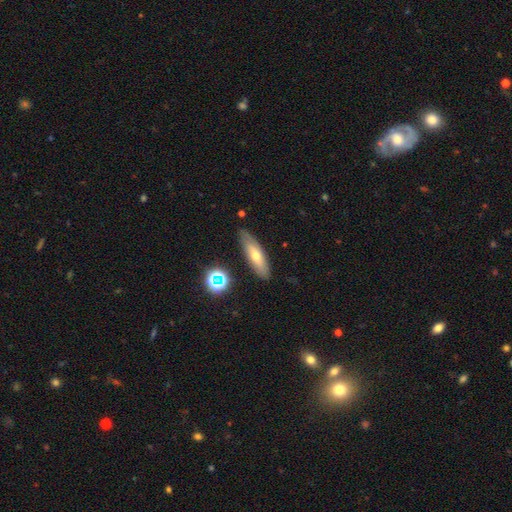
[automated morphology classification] Smooth or featured? smooth (55%)
How rounded? cigar-shaped (53%)
Merging? none (82%)